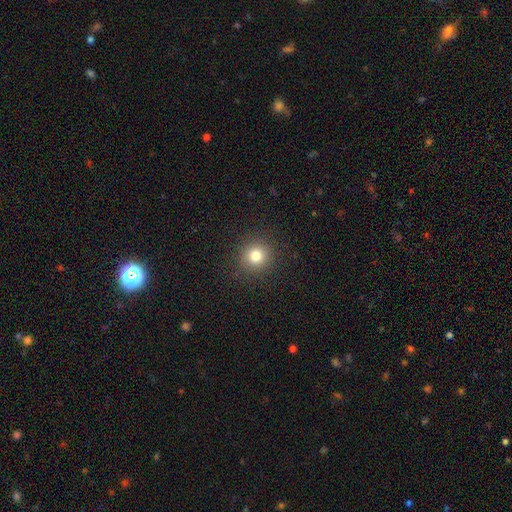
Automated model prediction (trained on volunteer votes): Q: Smooth or featured?
A: smooth (79%); runner-up: star or artifact (14%)
Q: How rounded?
A: round (92%); runner-up: in between (7%)
Q: Merging?
A: none (91%); runner-up: minor disturbance (6%)